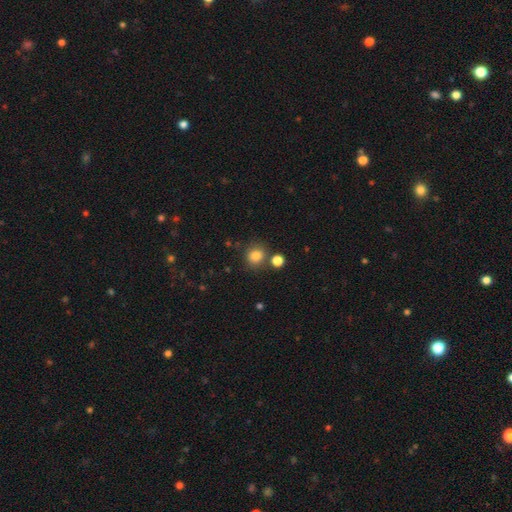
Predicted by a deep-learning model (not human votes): Morphology: type=smooth (82%); roundness=round (81%); merging=none (75%).